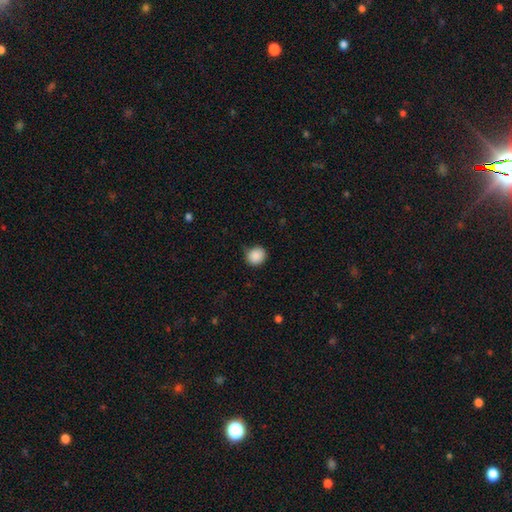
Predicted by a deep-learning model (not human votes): smooth 89%, star or artifact 8%, featured or disk 3%. Down the decision tree: how rounded — round (83%); merging — none (77%).